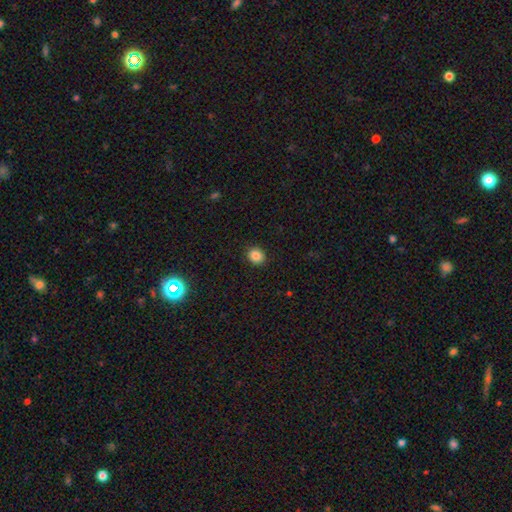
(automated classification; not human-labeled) Smooth or featured? smooth (86%)
How rounded? round (75%)
Merging? none (91%)